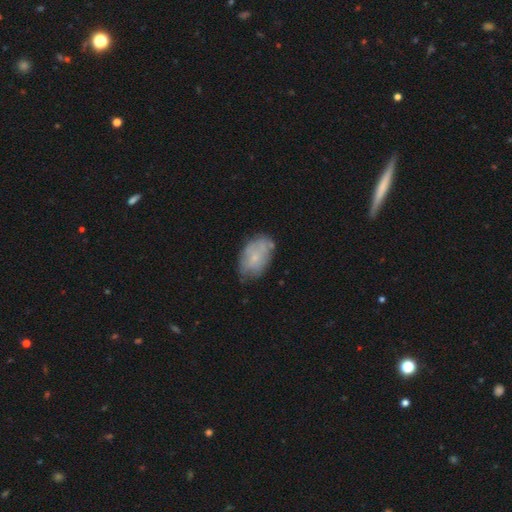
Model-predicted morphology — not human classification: smooth 55%, featured or disk 37%, star or artifact 8%. Down the decision tree: how rounded — in between (92%); merging — none (65%).